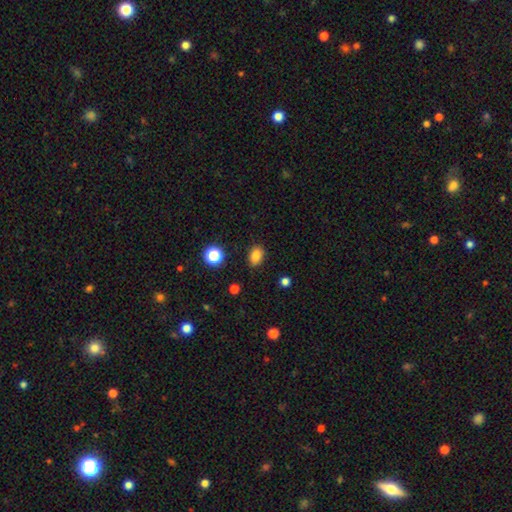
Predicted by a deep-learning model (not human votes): Smooth or featured: smooth — 84% (star or artifact — 11%)
How rounded: in between — 77% (round — 22%)
Merging: none — 86% (minor disturbance — 10%)